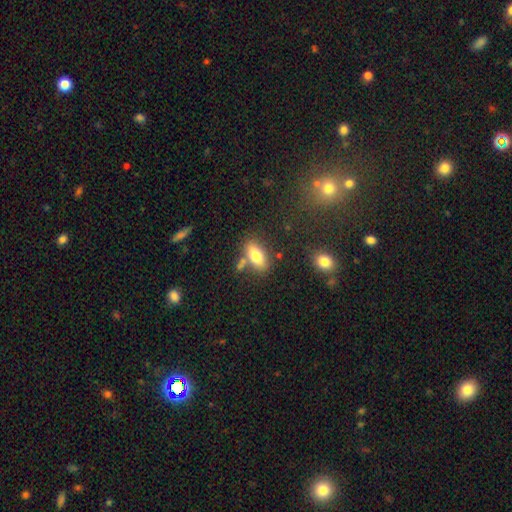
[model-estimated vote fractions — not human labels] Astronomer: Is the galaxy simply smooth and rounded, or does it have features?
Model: smooth — 77%.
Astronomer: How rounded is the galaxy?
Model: in between — 85%.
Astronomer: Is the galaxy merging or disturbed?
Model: none — 66%.